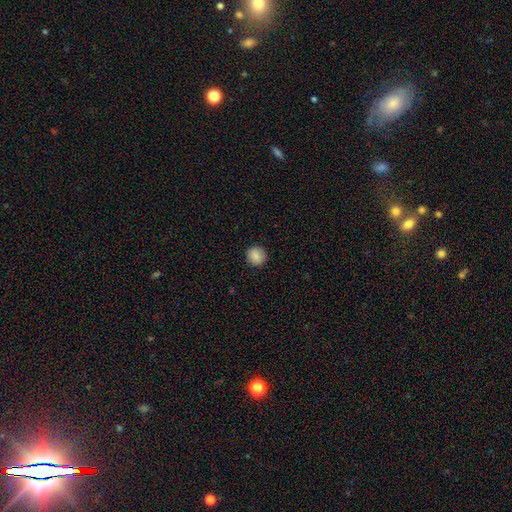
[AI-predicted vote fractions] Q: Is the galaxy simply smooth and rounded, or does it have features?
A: smooth — 87%.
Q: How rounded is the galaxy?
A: round — 90%.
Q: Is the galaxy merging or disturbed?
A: none — 91%.